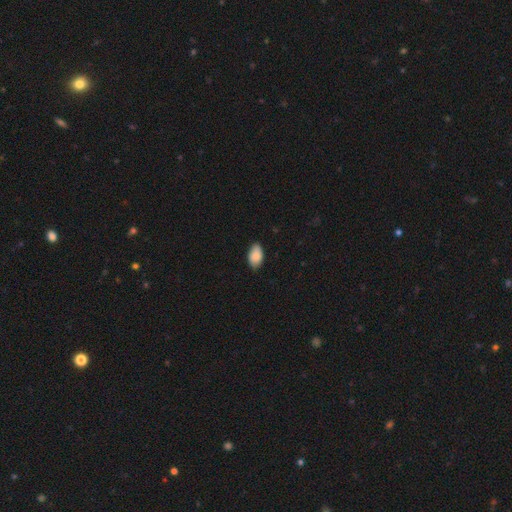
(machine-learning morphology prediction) smooth_or_featured: smooth (p=0.88) [alt: star or artifact p=0.06]
how_rounded: in between (p=0.94) [alt: round p=0.05]
merging: none (p=0.81) [alt: minor disturbance p=0.16]